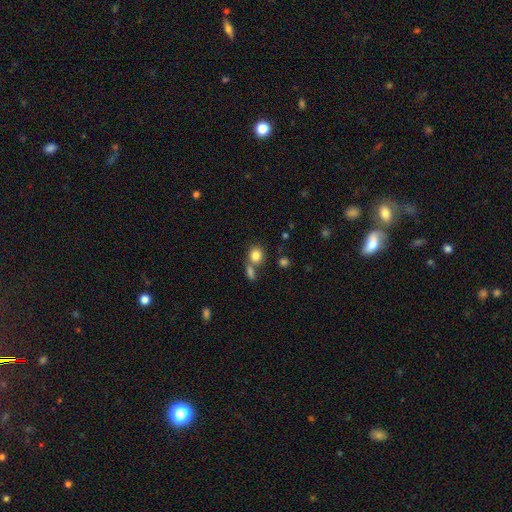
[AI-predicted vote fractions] A smooth galaxy with no disk features (82%) that is round (78%).

Vote fractions:
- Smooth or featured? smooth: 82% / star or artifact: 10% / featured or disk: 8%
- How rounded? round: 78% / in between: 21% / cigar-shaped: 1%
- Merging? none: 58% / merger: 29% / minor disturbance: 9% / major disturbance: 4%